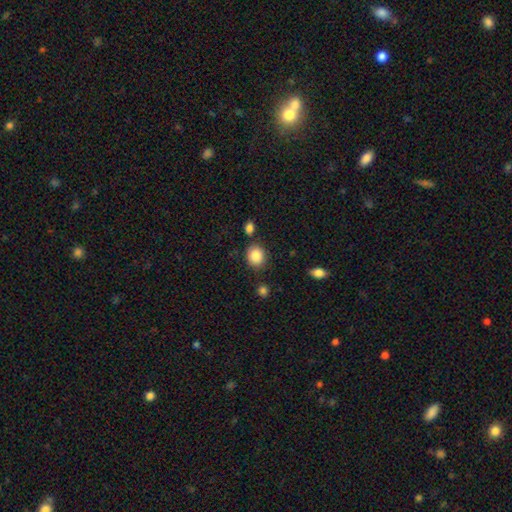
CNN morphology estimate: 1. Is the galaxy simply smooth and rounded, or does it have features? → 87% smooth, 8% star or artifact, 5% featured or disk.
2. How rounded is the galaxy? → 71% round, 28% in between, 1% cigar-shaped.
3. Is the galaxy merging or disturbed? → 78% none, 12% minor disturbance, 7% merger, 3% major disturbance.